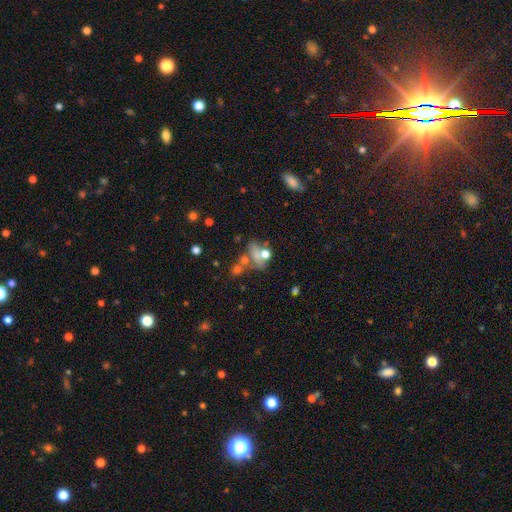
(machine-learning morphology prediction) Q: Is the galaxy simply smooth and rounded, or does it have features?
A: smooth — 52%.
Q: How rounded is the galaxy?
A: in between — 58%.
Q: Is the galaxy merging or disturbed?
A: none — 34%, tied with merger.